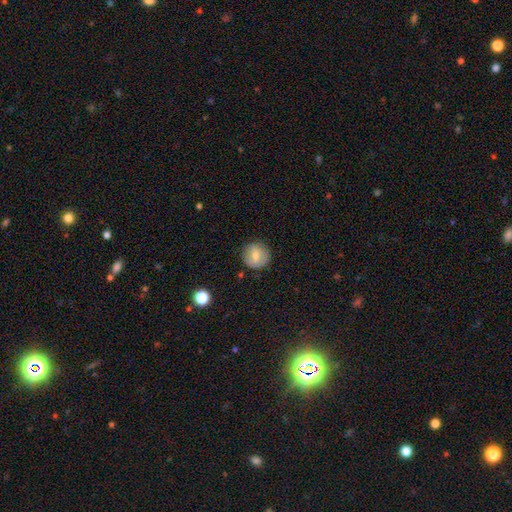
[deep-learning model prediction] smooth_or_featured: smooth (p=0.71) [alt: featured or disk p=0.20]
how_rounded: round (p=0.92) [alt: in between p=0.07]
merging: none (p=0.83) [alt: minor disturbance p=0.12]